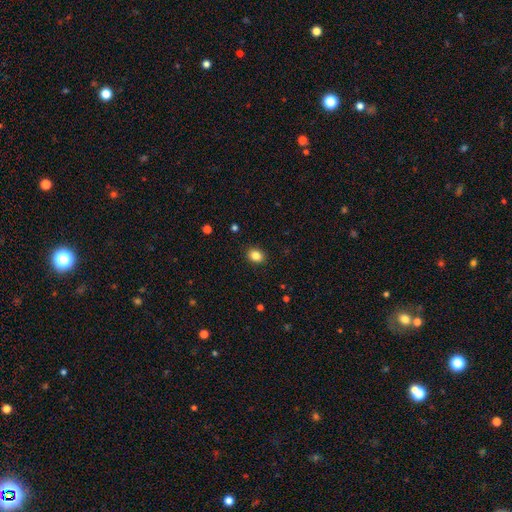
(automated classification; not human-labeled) Q: Smooth or featured?
A: smooth (85%); runner-up: star or artifact (10%)
Q: How rounded?
A: in between (53%); runner-up: round (46%)
Q: Merging?
A: none (90%); runner-up: minor disturbance (7%)